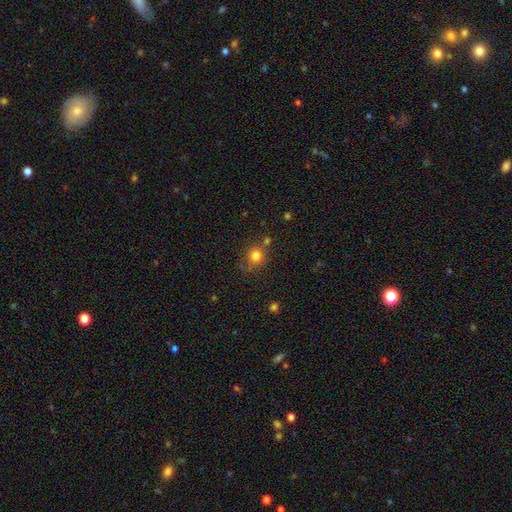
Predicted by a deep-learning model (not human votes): Smooth or featured? smooth (80%)
How rounded? round (87%)
Merging? none (72%)